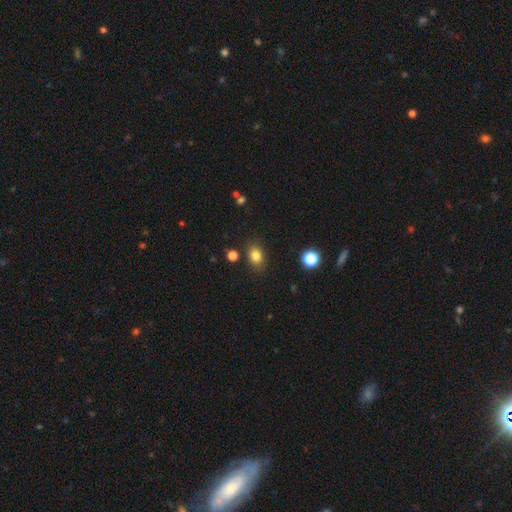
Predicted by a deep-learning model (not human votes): Smooth or featured?
  - smooth: 82% *
  - star or artifact: 11%
  - featured or disk: 6%
How rounded?
  - in between: 67% *
  - round: 32%
  - cigar-shaped: 1%
Merging?
  - none: 84% *
  - minor disturbance: 11%
  - major disturbance: 3%
  - merger: 3%